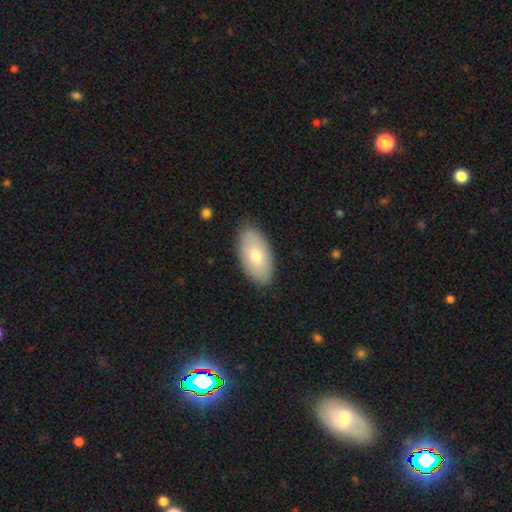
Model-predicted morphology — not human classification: smooth_or_featured: smooth (p=0.73) [alt: featured or disk p=0.21]
how_rounded: in between (p=0.95) [alt: round p=0.03]
merging: none (p=0.87) [alt: minor disturbance p=0.10]